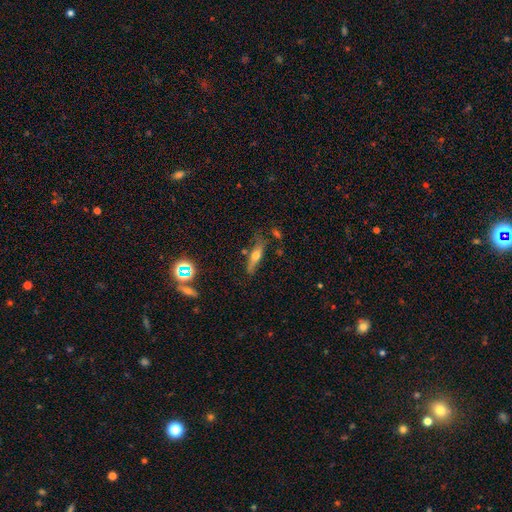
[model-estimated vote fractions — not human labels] Smooth or featured?
  - smooth: 46% *
  - featured or disk: 44%
  - star or artifact: 10%
Merging?
  - none: 67% *
  - minor disturbance: 21%
  - major disturbance: 7%
  - merger: 6%